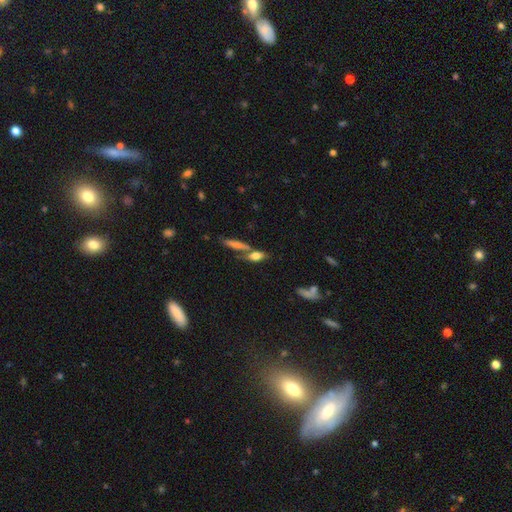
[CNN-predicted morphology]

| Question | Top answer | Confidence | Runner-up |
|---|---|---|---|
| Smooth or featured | smooth | 68% | featured or disk (22%) |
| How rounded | in between | 68% | cigar-shaped (26%) |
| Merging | none | 47% | merger (36%) |